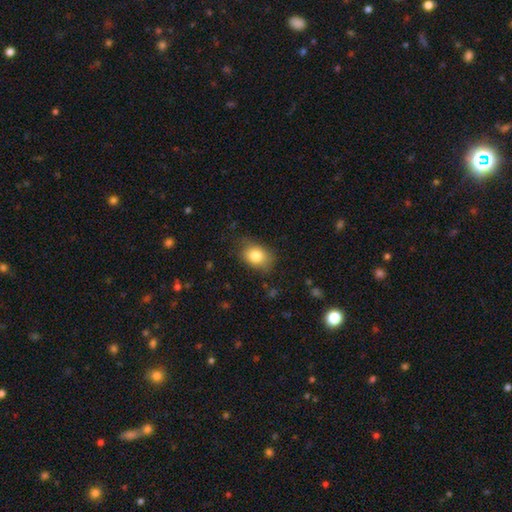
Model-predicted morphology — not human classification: Q: Smooth or featured?
A: smooth (82%); runner-up: star or artifact (9%)
Q: How rounded?
A: in between (66%); runner-up: round (33%)
Q: Merging?
A: none (71%); runner-up: minor disturbance (22%)